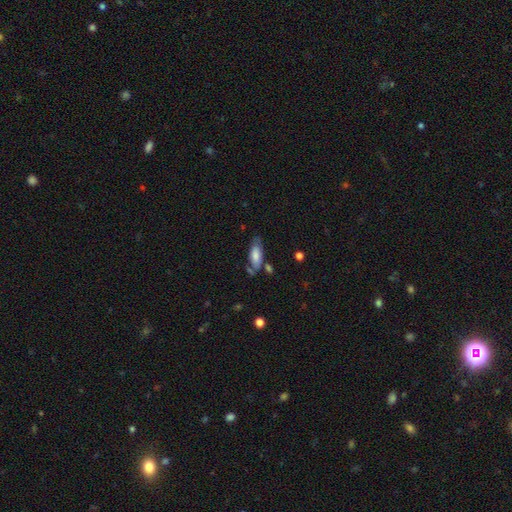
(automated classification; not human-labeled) A smooth galaxy with no disk features (67%) that is in between round and cigar-shaped (75%). Merging: none (58%).